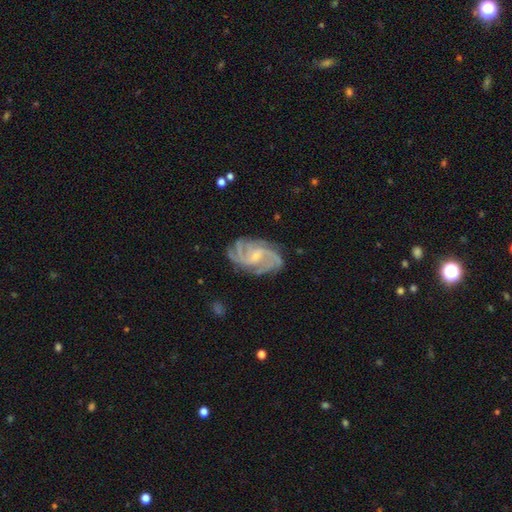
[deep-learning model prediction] A featured or disk galaxy (89%) with a weak bar (46%), 4 (31%) medium (45%) spiral arms (98%) and a small central bulge (66%). Merging: none (77%).